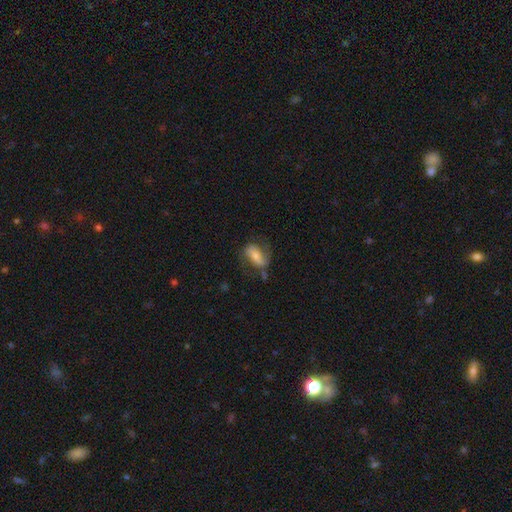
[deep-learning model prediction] Smooth or featured?
  - smooth: 47% *
  - featured or disk: 46%
  - star or artifact: 8%
Merging?
  - none: 58% *
  - minor disturbance: 24%
  - major disturbance: 15%
  - merger: 4%